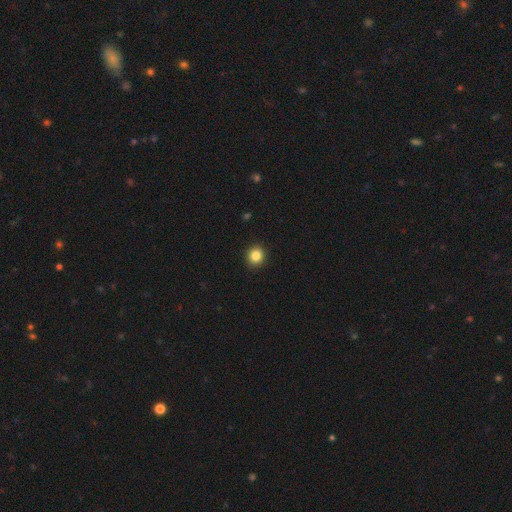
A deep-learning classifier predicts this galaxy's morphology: A smooth galaxy with no disk features (85%) that is round (88%). Merging: none (92%).